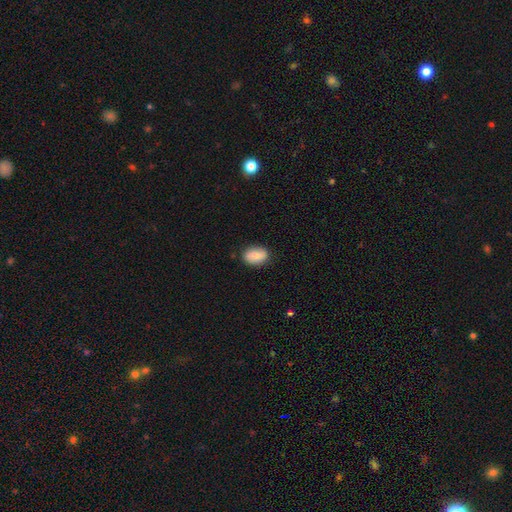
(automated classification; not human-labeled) A smooth galaxy with no disk features (72%) that is in between round and cigar-shaped (83%). Merging: none (84%).